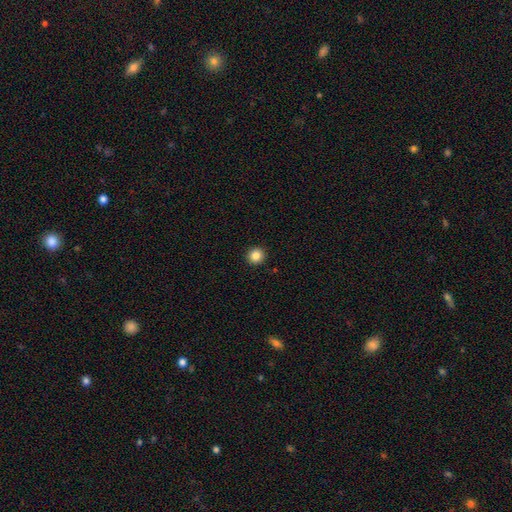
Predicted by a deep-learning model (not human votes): Smooth or featured: smooth — 85% (star or artifact — 11%)
How rounded: round — 92% (in between — 7%)
Merging: none — 93% (minor disturbance — 4%)